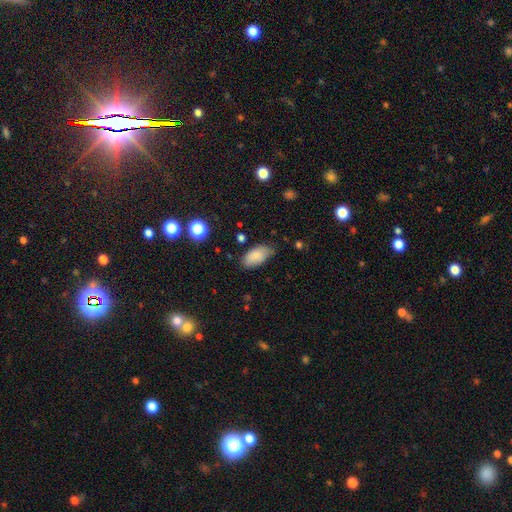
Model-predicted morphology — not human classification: Smooth or featured? smooth (84%)
How rounded? in between (93%)
Merging? none (70%)